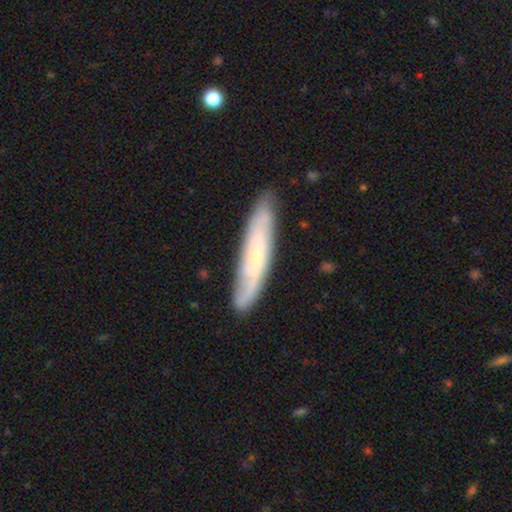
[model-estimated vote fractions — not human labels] This appears to be a featured or disk galaxy (58%). Merging: none (83%).